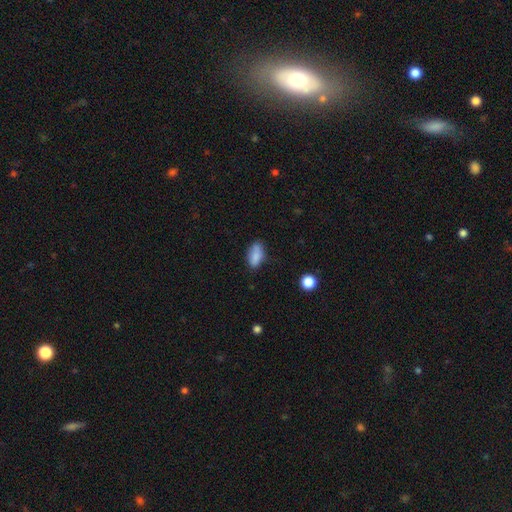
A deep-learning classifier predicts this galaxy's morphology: type=smooth (82%); roundness=in between (89%); merging=none (67%).